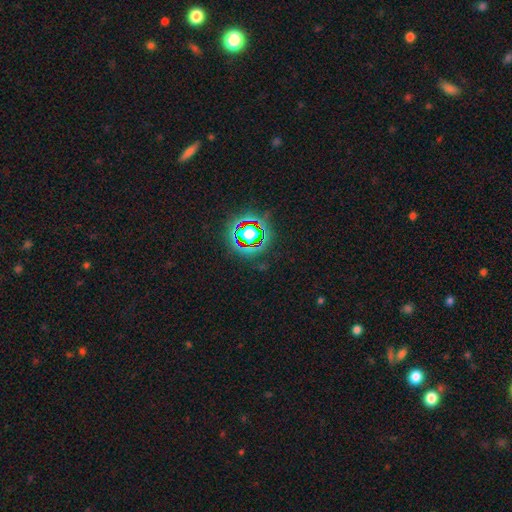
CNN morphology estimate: A star or artifact, not a galaxy (80%).

Vote fractions:
- Smooth or featured? star or artifact: 80% / smooth: 12% / featured or disk: 8%